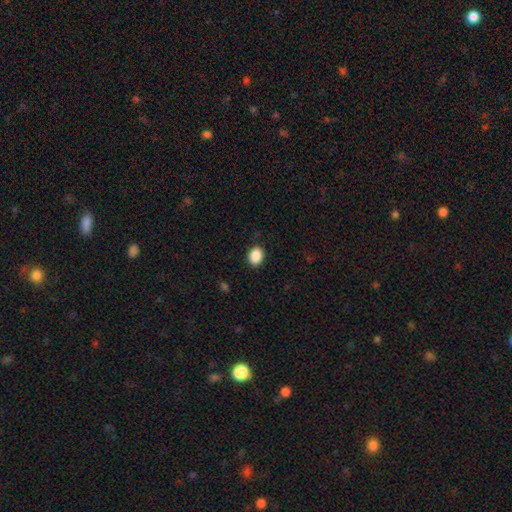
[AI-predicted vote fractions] This appears to be a smooth galaxy with no disk features (89%) that is in between round and cigar-shaped (63%). Merging: none (86%).